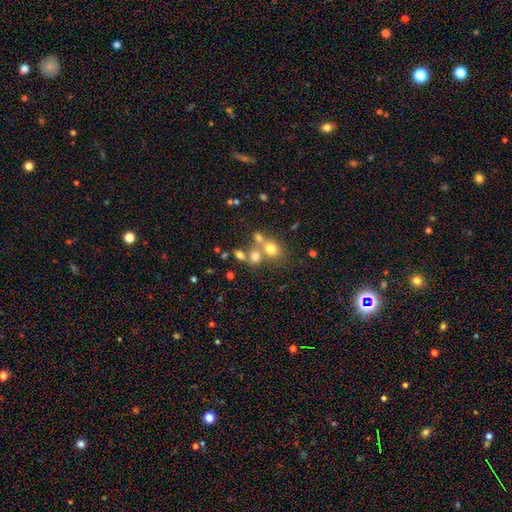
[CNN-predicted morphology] This is possibly a smooth galaxy (59%). How rounded: likely round (78%). Merging: possibly none (45%).